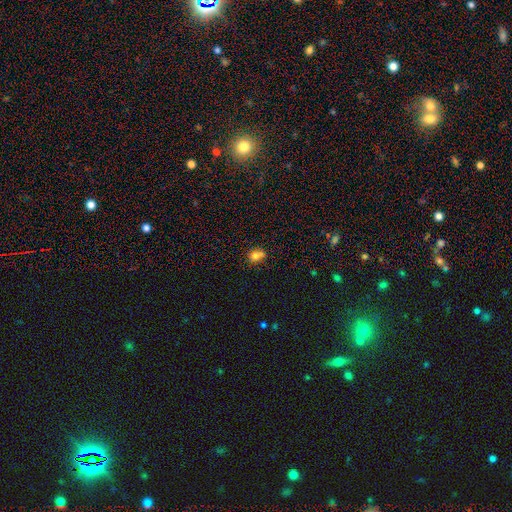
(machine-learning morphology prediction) smooth_or_featured: smooth (p=0.74) [alt: star or artifact p=0.14]
how_rounded: round (p=0.66) [alt: in between p=0.33]
merging: none (p=0.50) [alt: merger p=0.24]